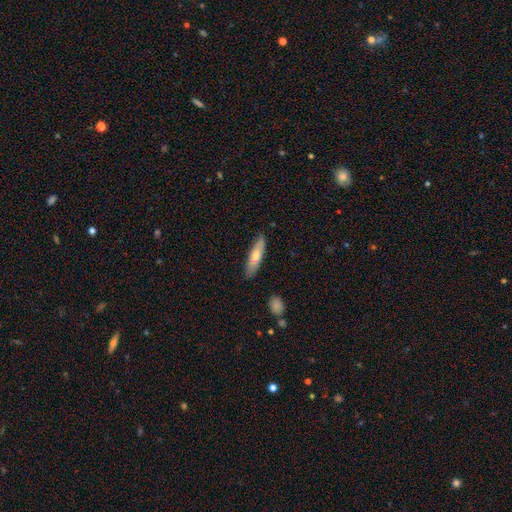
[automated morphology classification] smooth_or_featured: smooth (p=0.63) [alt: featured or disk p=0.31]
how_rounded: cigar-shaped (p=0.71) [alt: in between p=0.27]
merging: none (p=0.85) [alt: minor disturbance p=0.12]